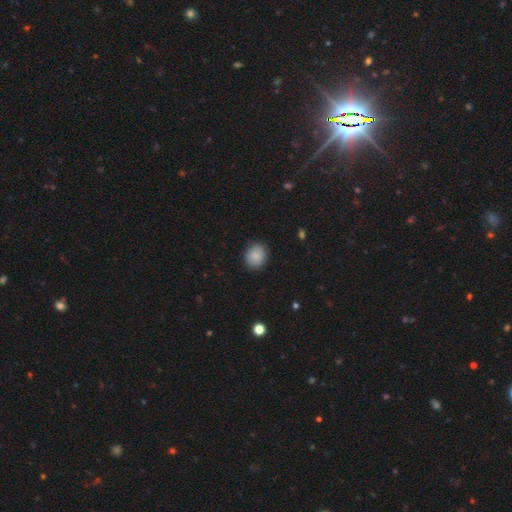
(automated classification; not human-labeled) Smooth or featured? Predicted: smooth (p=0.86). How rounded? Predicted: round (p=0.69). Merging? Predicted: none (p=0.85).